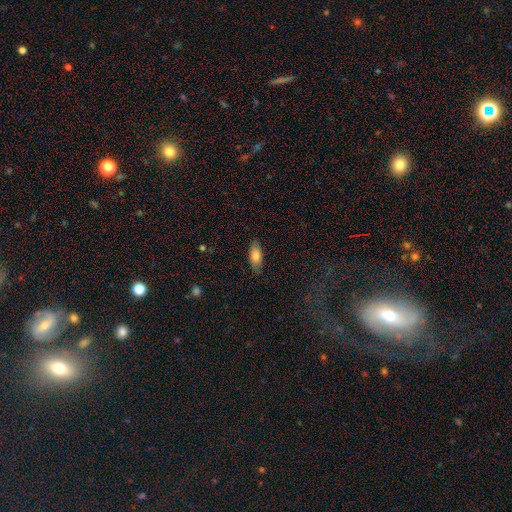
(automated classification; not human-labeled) Smooth or featured?
  - smooth: 79% *
  - featured or disk: 14%
  - star or artifact: 7%
How rounded?
  - in between: 81% *
  - cigar-shaped: 16%
  - round: 2%
Merging?
  - none: 85% *
  - minor disturbance: 12%
  - major disturbance: 2%
  - merger: 1%